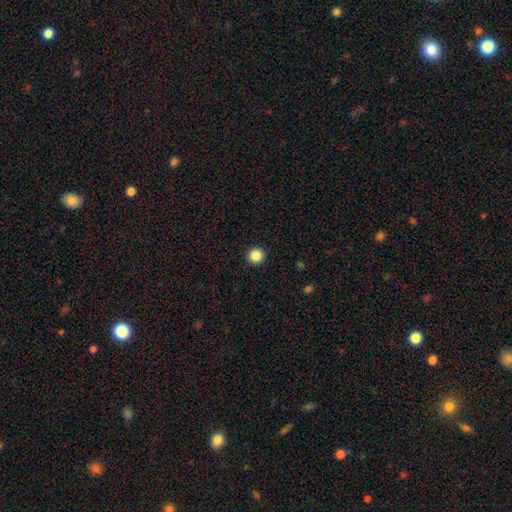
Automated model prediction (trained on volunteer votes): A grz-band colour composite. It shows a smooth galaxy with no disk features (86%) that is round (95%). Merging: none (93%).